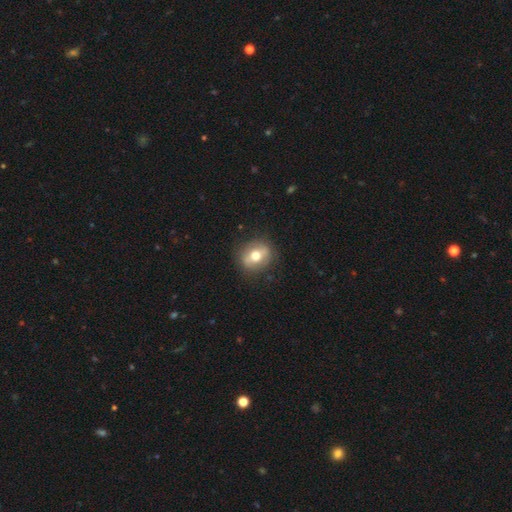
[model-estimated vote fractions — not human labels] Q: Smooth or featured?
A: smooth (52%); runner-up: featured or disk (40%)
Q: How rounded?
A: round (69%); runner-up: in between (29%)
Q: Merging?
A: none (85%); runner-up: minor disturbance (11%)